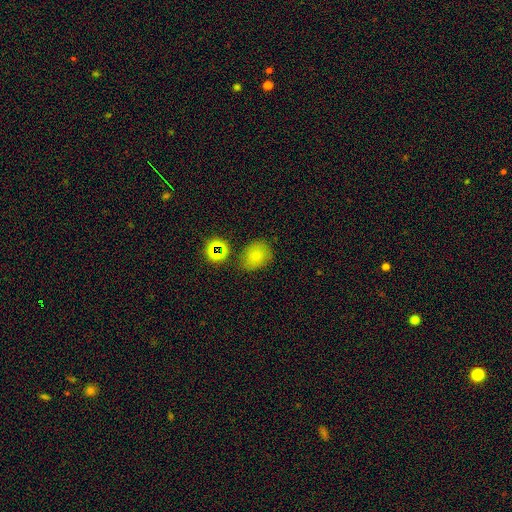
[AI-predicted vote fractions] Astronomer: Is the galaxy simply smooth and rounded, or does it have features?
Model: smooth — 73%.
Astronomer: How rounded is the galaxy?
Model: in between — 54% (runner-up: round, 45%).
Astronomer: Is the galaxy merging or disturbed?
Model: none — 68%.